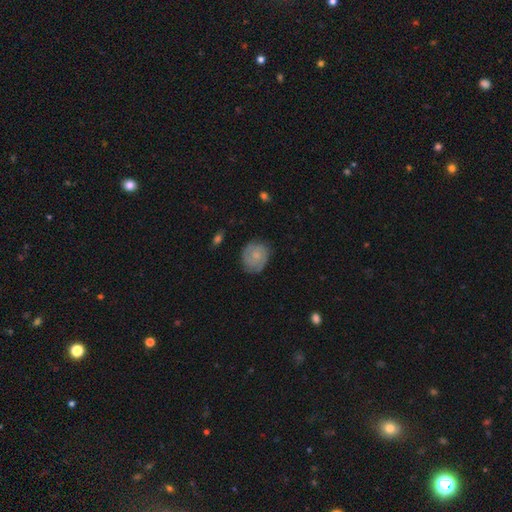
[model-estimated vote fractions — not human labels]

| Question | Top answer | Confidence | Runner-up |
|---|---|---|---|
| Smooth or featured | featured or disk | 64% | smooth (29%) |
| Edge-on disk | no | 98% | yes (2%) |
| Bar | no | 71% | weak (26%) |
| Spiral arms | yes | 91% | no (9%) |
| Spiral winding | tight | 64% | medium (29%) |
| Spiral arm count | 2 | 52% | can't tell (23%) |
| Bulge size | small | 48% | moderate (30%) |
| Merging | none | 77% | minor disturbance (17%) |